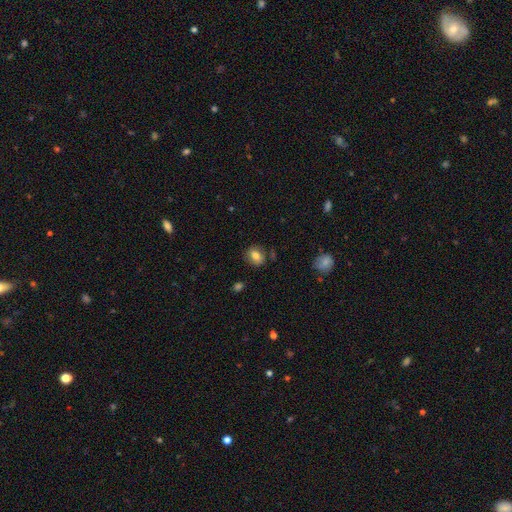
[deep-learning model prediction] A smooth galaxy with no disk features (77%) that is in between round and cigar-shaped (50%). Merging: none (81%).